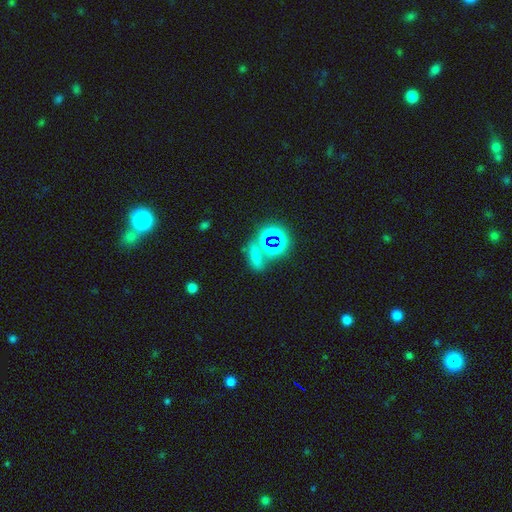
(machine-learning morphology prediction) This is possibly a smooth galaxy (52%). How rounded: possibly in between (51%). Merging: likely none (60%).